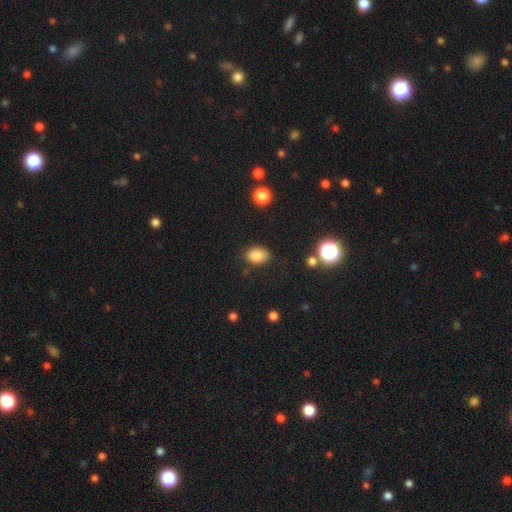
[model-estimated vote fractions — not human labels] This appears to be a smooth galaxy with no disk features (84%) that is in between round and cigar-shaped (80%). Merging: none (79%).